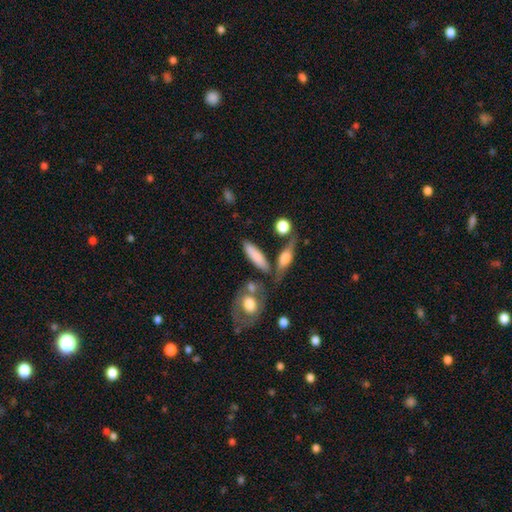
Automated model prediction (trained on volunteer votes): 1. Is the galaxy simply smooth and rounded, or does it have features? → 76% smooth, 18% featured or disk, 7% star or artifact.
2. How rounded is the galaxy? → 59% cigar-shaped, 36% in between, 5% round.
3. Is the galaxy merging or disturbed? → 66% none, 16% merger, 13% minor disturbance, 5% major disturbance.